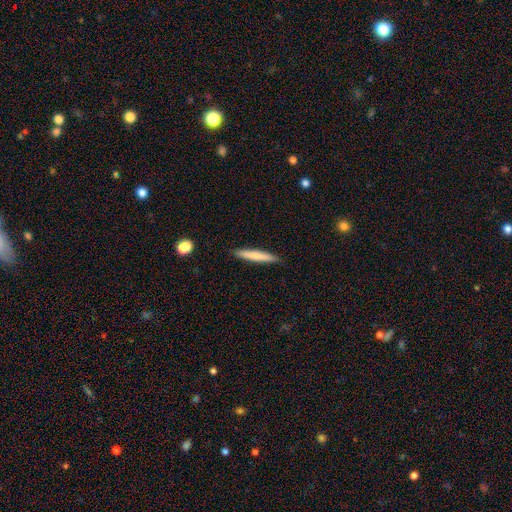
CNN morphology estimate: smooth-or-featured: smooth: 73% | featured or disk: 21% | star or artifact: 6%
  how-rounded: cigar-shaped: 95% | in between: 4% | round: 1%
  merging: none: 90% | minor disturbance: 7% | major disturbance: 1% | merger: 1%